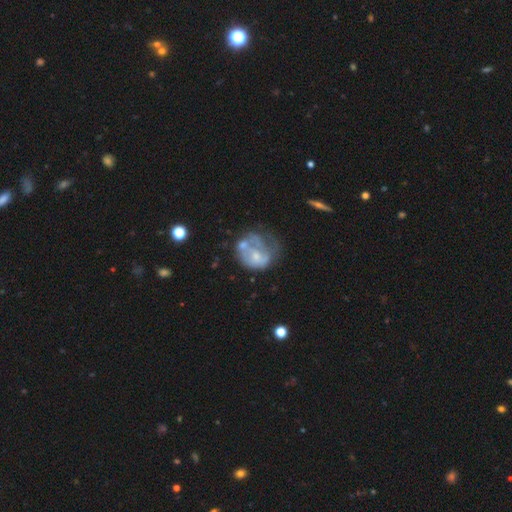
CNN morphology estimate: This is possibly a featured or disk galaxy (54%). It is clearly not viewed edge-on (98%). Bar: likely no (79%). Spiral arm pattern: likely no (73%). Central bulge: marginally small (37%). Merging: marginally major disturbance (34%).